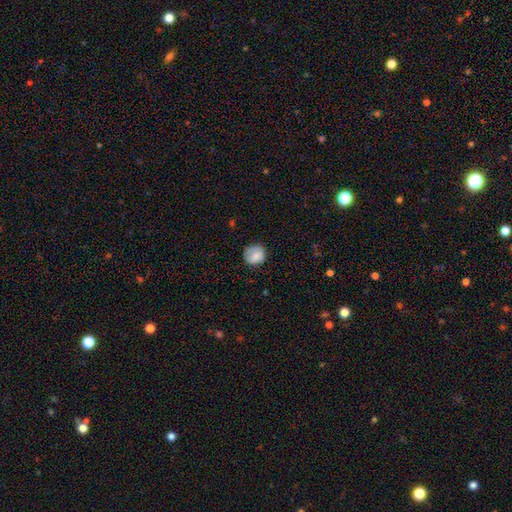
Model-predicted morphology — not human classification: Smooth or featured?
  - smooth: 79% *
  - featured or disk: 13%
  - star or artifact: 8%
How rounded?
  - round: 82% *
  - in between: 17%
  - cigar-shaped: 1%
Merging?
  - none: 71% *
  - minor disturbance: 21%
  - major disturbance: 6%
  - merger: 1%